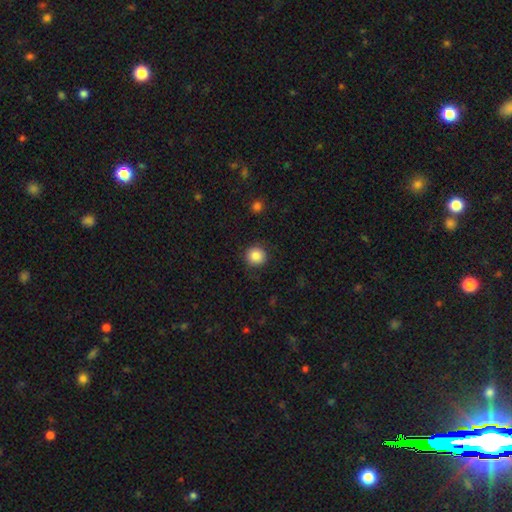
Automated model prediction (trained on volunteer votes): Overall: smooth (86%). How rounded: round (93%). Merging: none (89%).